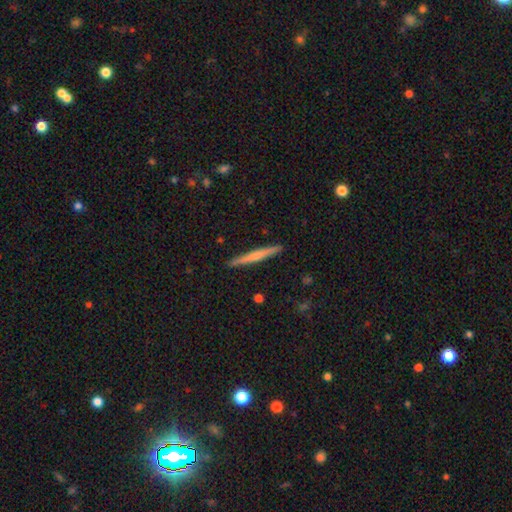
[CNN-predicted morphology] This appears to be a smooth galaxy with no disk features (50%) that is cigar-shaped (96%). Merging: none (91%).